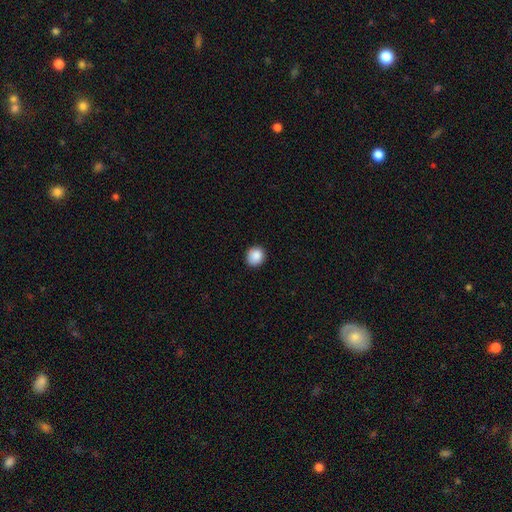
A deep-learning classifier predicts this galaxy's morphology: Smooth or featured? smooth (89%)
How rounded? round (79%)
Merging? none (89%)